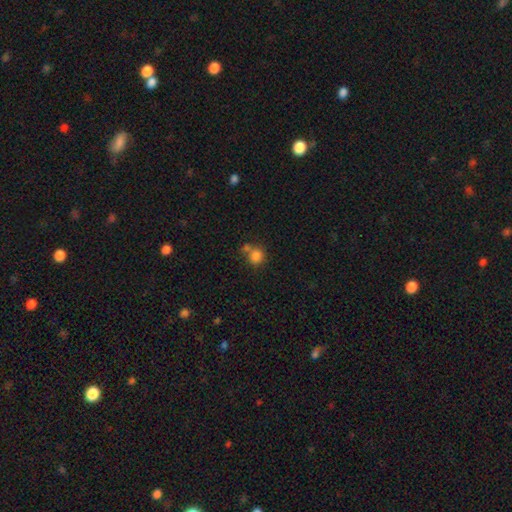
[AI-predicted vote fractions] smooth-or-featured: smooth: 83% | star or artifact: 11% | featured or disk: 6%
  how-rounded: round: 81% | in between: 18% | cigar-shaped: 1%
  merging: none: 56% | merger: 29% | minor disturbance: 11% | major disturbance: 4%